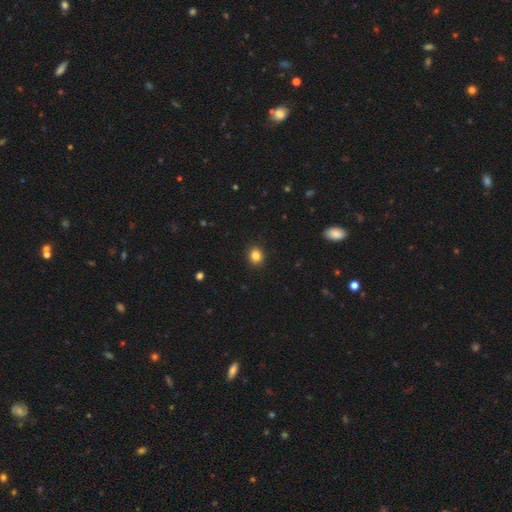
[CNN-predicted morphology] This is clearly a smooth galaxy (84%). How rounded: likely round (75%). Merging: clearly none (92%).